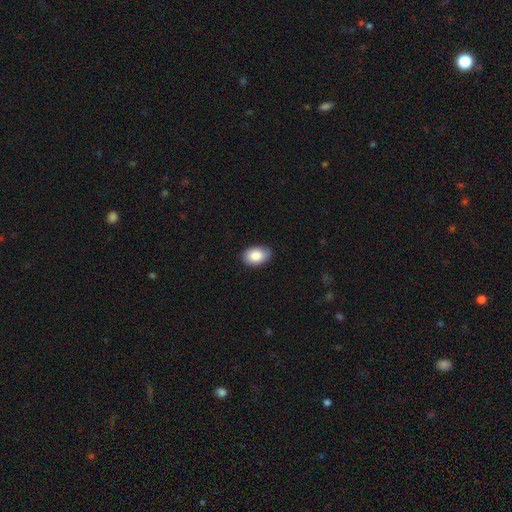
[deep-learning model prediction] smooth 88%, star or artifact 7%, featured or disk 6%. Down the decision tree: how rounded — in between (88%); merging — none (83%).